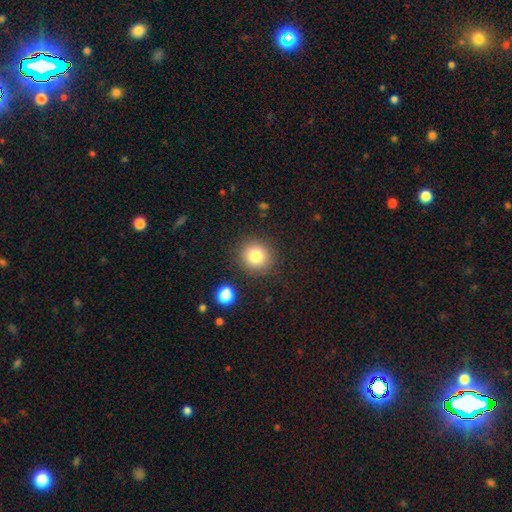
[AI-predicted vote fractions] Smooth or featured? smooth (81%)
How rounded? round (87%)
Merging? none (87%)